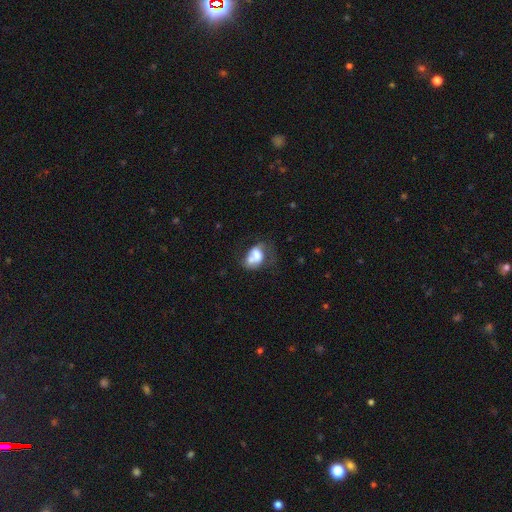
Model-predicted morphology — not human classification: type=smooth (59%); roundness=in between (74%); merging=merger (38%).